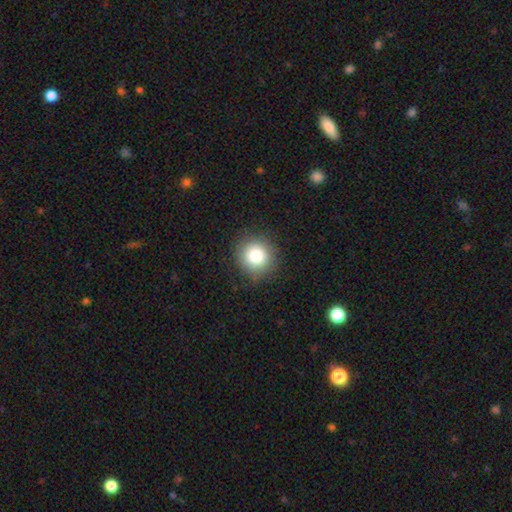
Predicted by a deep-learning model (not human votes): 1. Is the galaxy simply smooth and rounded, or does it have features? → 81% smooth, 10% star or artifact, 8% featured or disk.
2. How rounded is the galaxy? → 93% round, 6% in between, 1% cigar-shaped.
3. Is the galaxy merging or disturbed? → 88% none, 9% minor disturbance, 3% major disturbance, 1% merger.